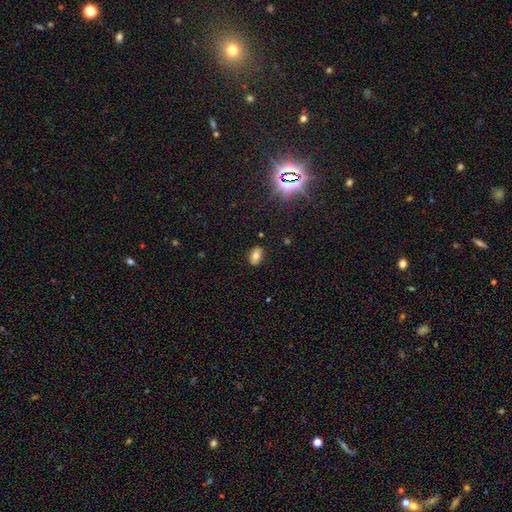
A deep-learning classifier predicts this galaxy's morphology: smooth 72%, featured or disk 14%, star or artifact 14%. Down the decision tree: how rounded — in between (88%); merging — none (86%).